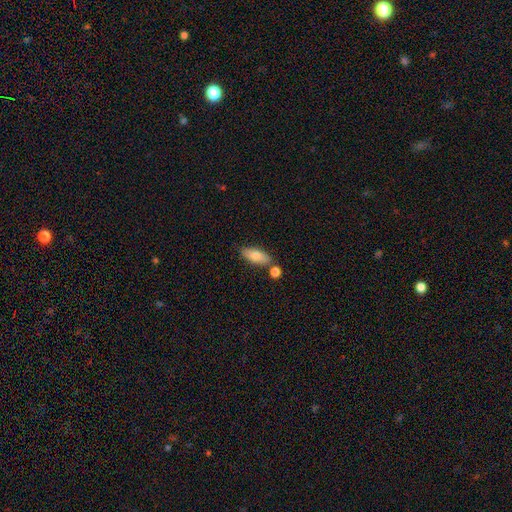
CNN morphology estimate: This appears to be a smooth galaxy with no disk features (76%) that is in between round and cigar-shaped (80%). Merging: none (71%).